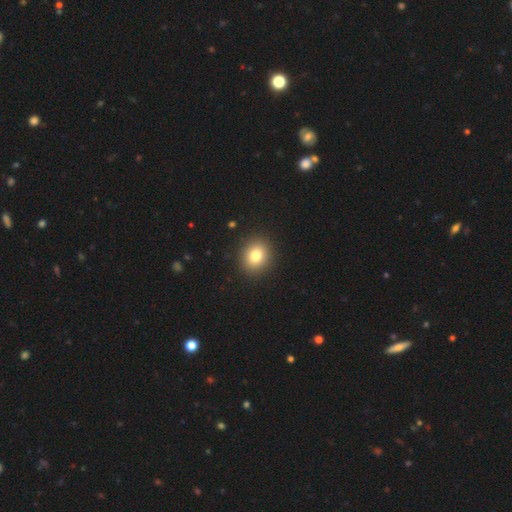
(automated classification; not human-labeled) This is clearly a smooth galaxy (81%). How rounded: likely round (68%). Merging: clearly none (91%).